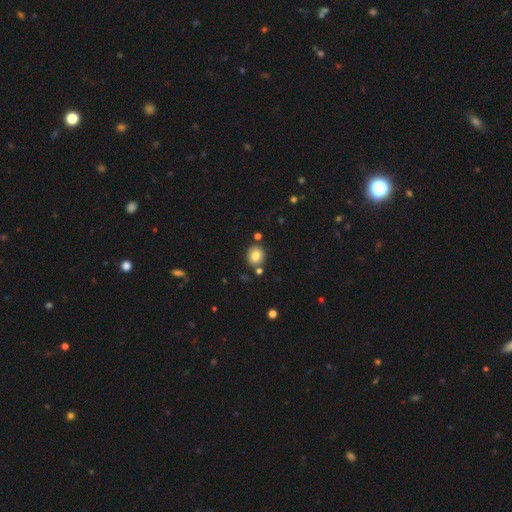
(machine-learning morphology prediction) Smooth or featured? Predicted: smooth (p=0.83). How rounded? Predicted: round (p=0.78). Merging? Predicted: none (p=0.79).